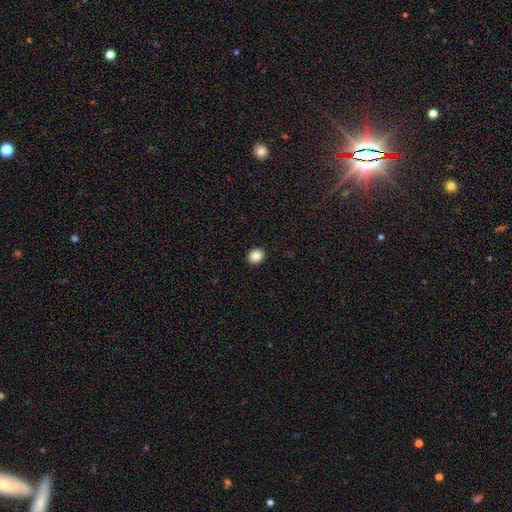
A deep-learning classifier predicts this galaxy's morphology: A smooth galaxy with no disk features (85%) that is round (65%).

Vote fractions:
- Smooth or featured? smooth: 85% / star or artifact: 10% / featured or disk: 5%
- How rounded? round: 65% / in between: 34% / cigar-shaped: 1%
- Merging? none: 92% / minor disturbance: 5% / major disturbance: 2% / merger: 1%